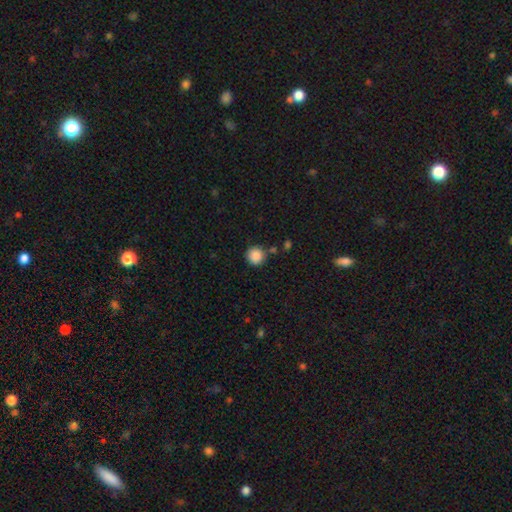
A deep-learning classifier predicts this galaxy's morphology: A smooth galaxy with no disk features (87%) that is round (94%). Merging: none (82%).